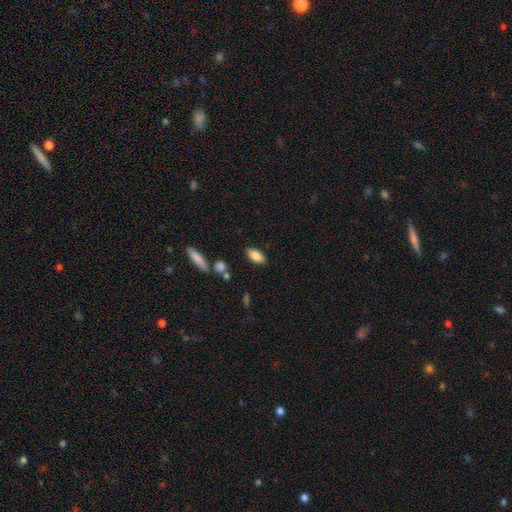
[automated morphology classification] This is clearly a smooth galaxy (83%). How rounded: clearly in between (87%). Merging: clearly none (84%).